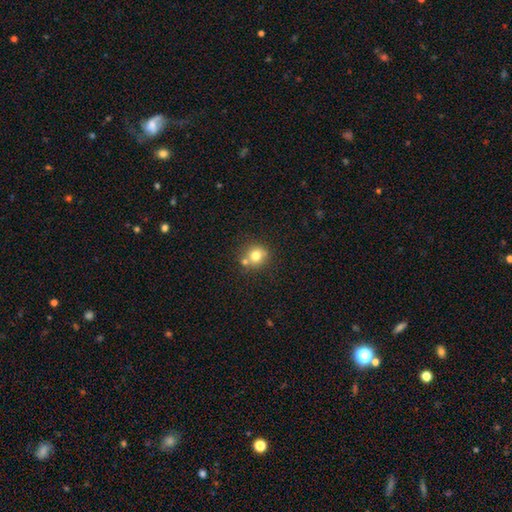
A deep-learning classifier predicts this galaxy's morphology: A smooth galaxy with no disk features (76%) that is round (86%). Merging: none (64%).